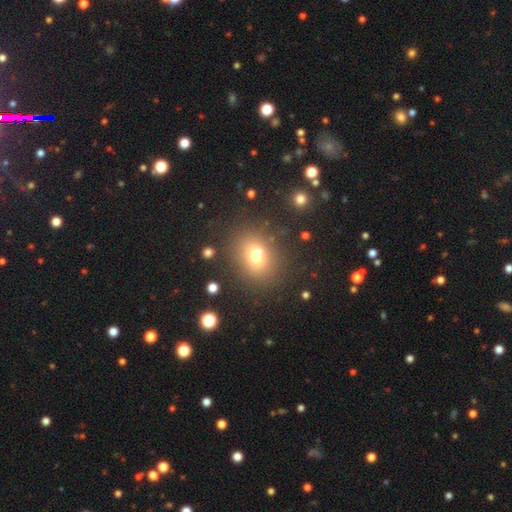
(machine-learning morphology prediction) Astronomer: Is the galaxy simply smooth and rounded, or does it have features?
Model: smooth — 69%.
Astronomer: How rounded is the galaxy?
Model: round — 55% (runner-up: in between, 44%).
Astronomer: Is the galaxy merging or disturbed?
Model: none — 73%.